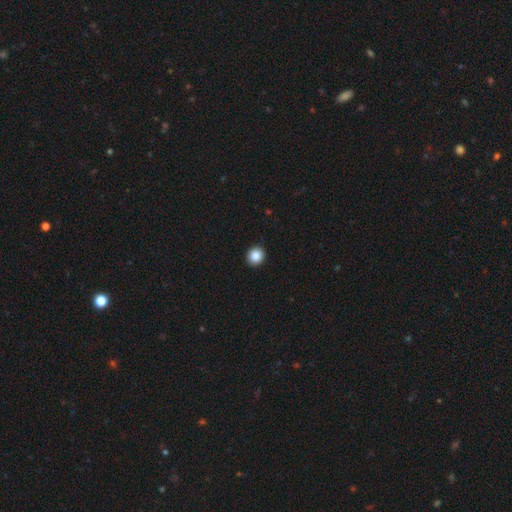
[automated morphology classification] Smooth or featured: smooth — 86% (star or artifact — 10%)
How rounded: round — 89% (in between — 10%)
Merging: none — 93% (minor disturbance — 4%)